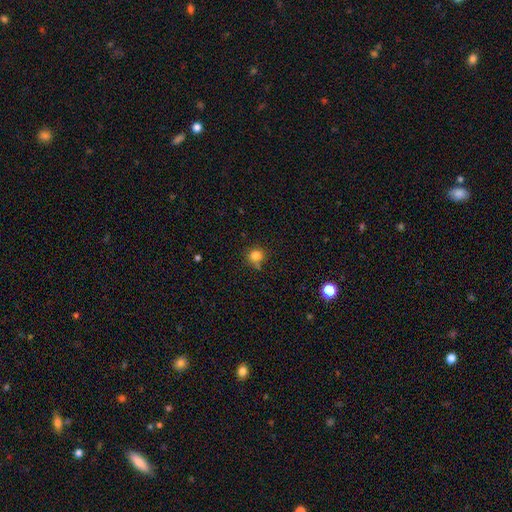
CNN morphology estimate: Q: Smooth or featured?
A: smooth (81%); runner-up: star or artifact (13%)
Q: How rounded?
A: round (85%); runner-up: in between (14%)
Q: Merging?
A: none (70%); runner-up: minor disturbance (18%)